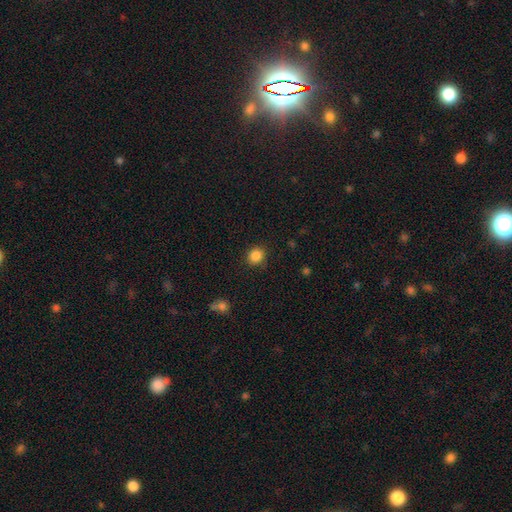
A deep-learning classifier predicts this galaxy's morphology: Q: Smooth or featured?
A: smooth (86%); runner-up: star or artifact (11%)
Q: How rounded?
A: round (87%); runner-up: in between (13%)
Q: Merging?
A: none (88%); runner-up: minor disturbance (8%)